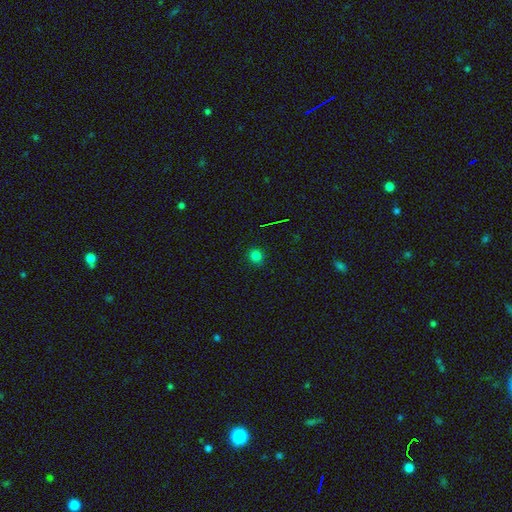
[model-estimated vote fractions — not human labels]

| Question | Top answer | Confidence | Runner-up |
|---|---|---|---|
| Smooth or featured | smooth | 79% | star or artifact (17%) |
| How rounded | round | 85% | in between (14%) |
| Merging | none | 90% | minor disturbance (7%) |